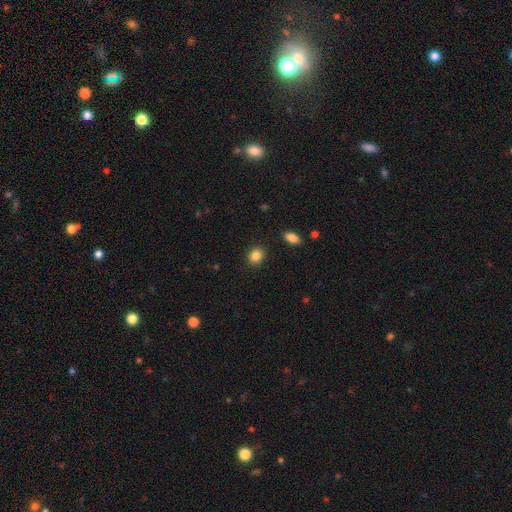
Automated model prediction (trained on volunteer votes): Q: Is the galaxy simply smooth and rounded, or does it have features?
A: smooth — 86%.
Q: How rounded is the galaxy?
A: round — 69%.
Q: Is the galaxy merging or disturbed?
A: none — 89%.